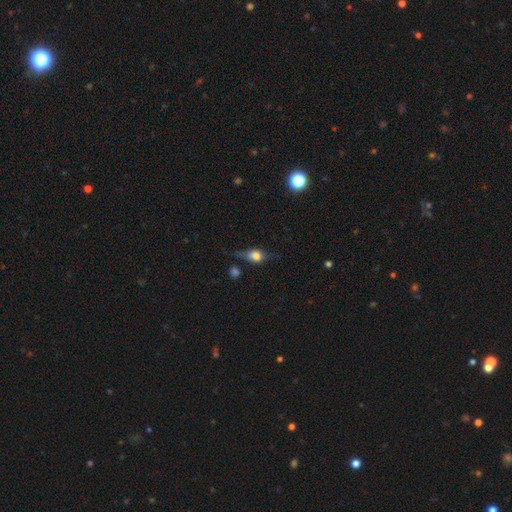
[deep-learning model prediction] Smooth or featured: smooth — 51% (featured or disk — 38%)
How rounded: in between — 57% (round — 31%)
Merging: none — 58% (minor disturbance — 25%)